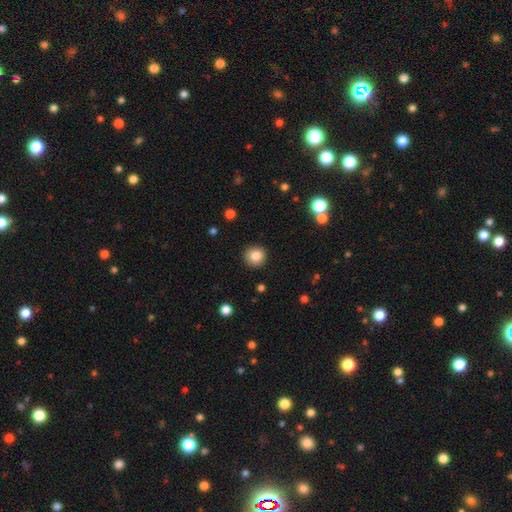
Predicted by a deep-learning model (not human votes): Morphology: type=smooth (83%); roundness=round (94%); merging=none (91%).